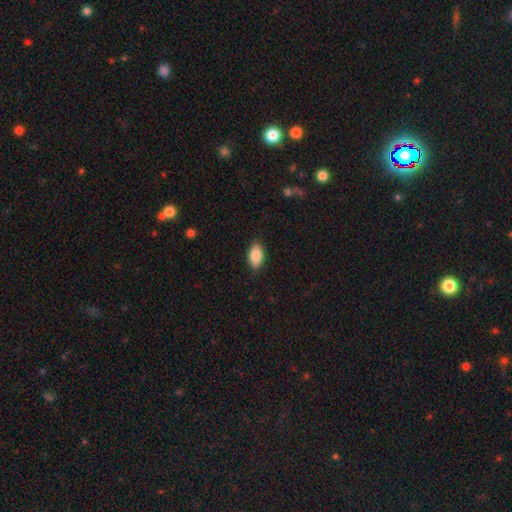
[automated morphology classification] Smooth or featured? Predicted: smooth (p=0.85). How rounded? Predicted: in between (p=0.91). Merging? Predicted: none (p=0.85).